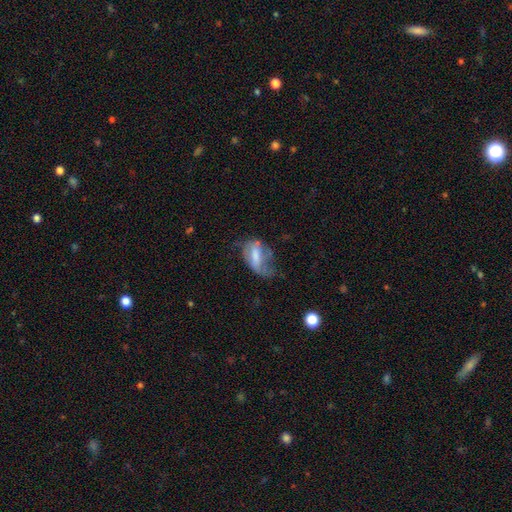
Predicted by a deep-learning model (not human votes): smooth-or-featured: smooth: 48% | featured or disk: 44% | star or artifact: 8%
  merging: major disturbance: 37% | minor disturbance: 31% | none: 28% | merger: 4%